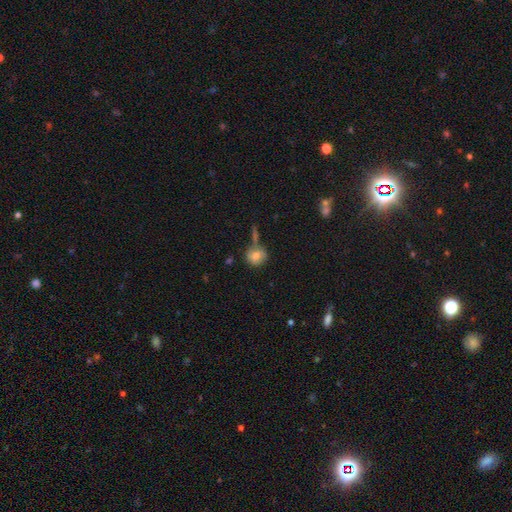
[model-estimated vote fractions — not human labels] Smooth or featured: smooth — 76% (featured or disk — 15%)
How rounded: round — 84% (in between — 15%)
Merging: none — 61% (merger — 17%)